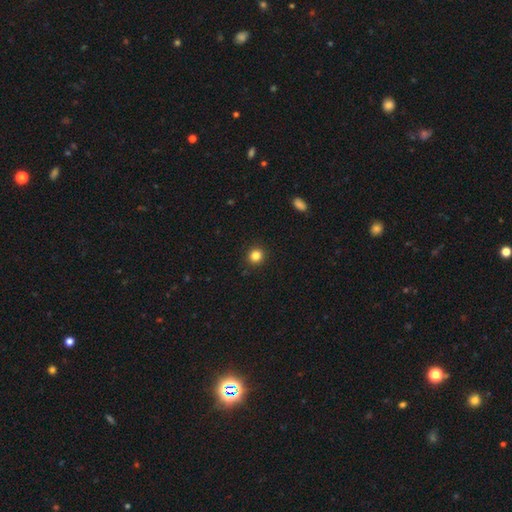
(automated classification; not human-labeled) Smooth or featured? Predicted: smooth (p=0.84). How rounded? Predicted: round (p=0.90). Merging? Predicted: none (p=0.92).